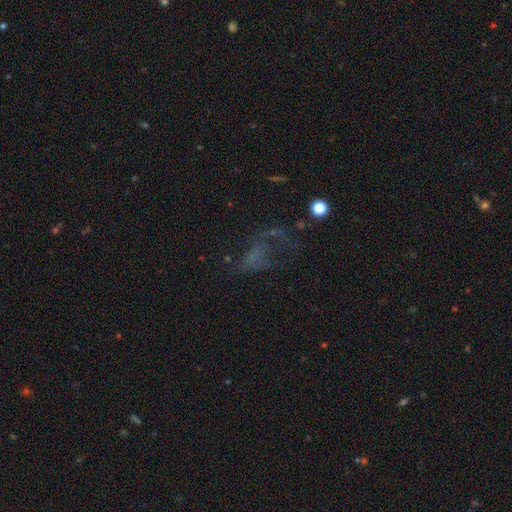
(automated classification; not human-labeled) Overall: featured or disk (40%; star or artifact 31%). Merging: major disturbance (46%; none 33%).